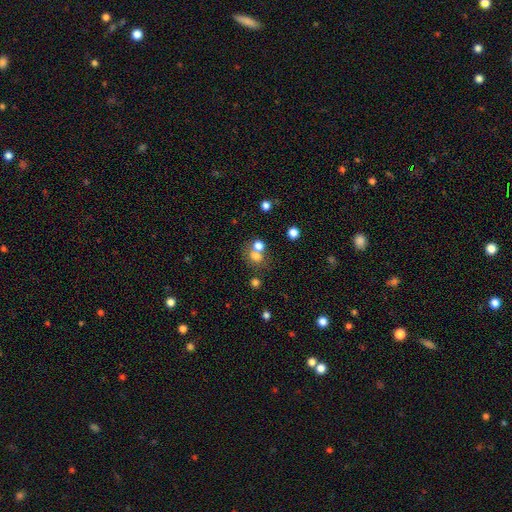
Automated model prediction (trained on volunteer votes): Morphology: type=smooth (71%); roundness=round (64%); merging=none (43%, tied with merger).